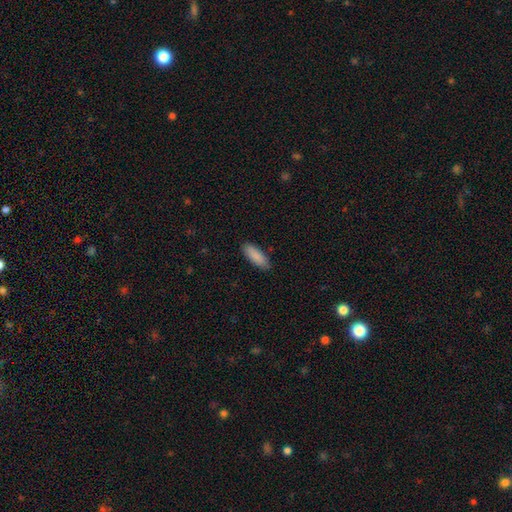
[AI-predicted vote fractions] This is clearly a smooth galaxy (89%). How rounded: likely in between (62%). Merging: clearly none (86%).